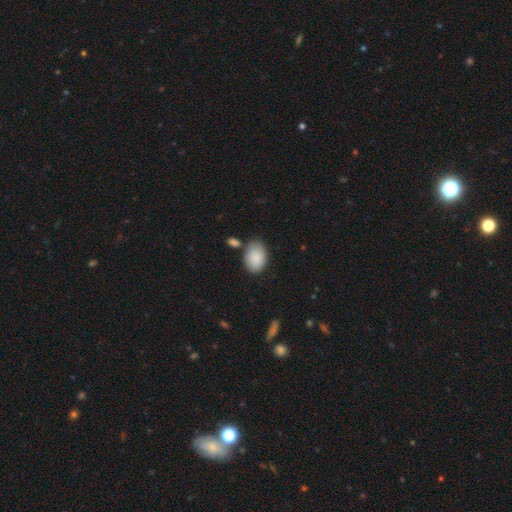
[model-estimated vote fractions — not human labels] Overall: smooth (89%). How rounded: in between (88%). Merging: none (66%).